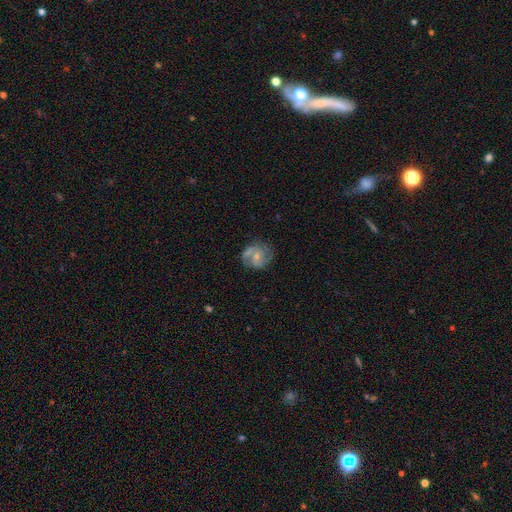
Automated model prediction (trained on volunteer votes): This is likely a featured or disk galaxy (73%). It is clearly not viewed edge-on (98%). Bar: possibly no (53%). Spiral arm pattern: clearly yes (90%). Spiral arm count: likely 2 (72%). Spiral winding: possibly medium (49%). Central bulge: possibly small (56%). Merging: likely none (64%).